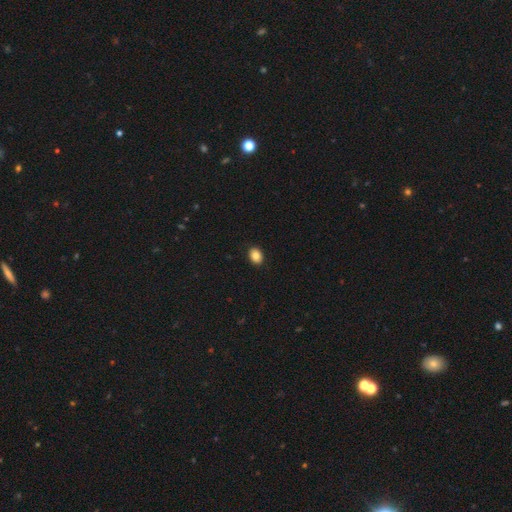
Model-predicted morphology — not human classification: smooth_or_featured: smooth (p=0.85) [alt: star or artifact p=0.09]
how_rounded: in between (p=0.65) [alt: round p=0.34]
merging: none (p=0.91) [alt: minor disturbance p=0.07]